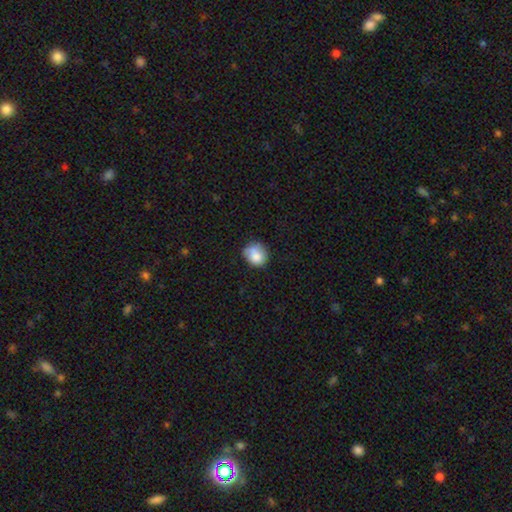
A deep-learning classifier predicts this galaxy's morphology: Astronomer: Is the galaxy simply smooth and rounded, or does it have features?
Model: smooth — 79%.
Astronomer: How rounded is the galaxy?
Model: round — 73%.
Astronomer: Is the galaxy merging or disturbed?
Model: none — 53% (runner-up: minor disturbance, 31%).